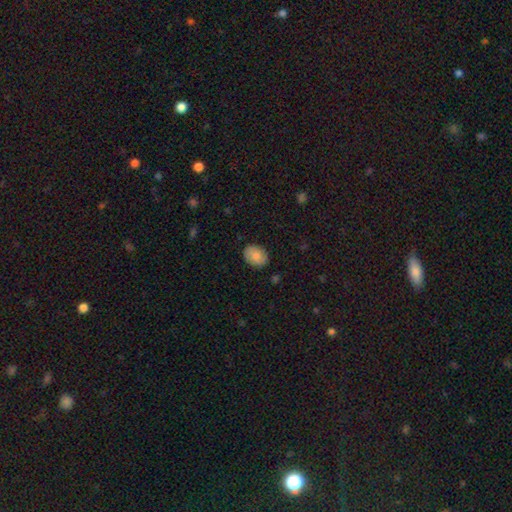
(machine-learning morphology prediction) smooth 82%, featured or disk 11%, star or artifact 7%. Down the decision tree: how rounded — in between (64%); merging — none (86%).